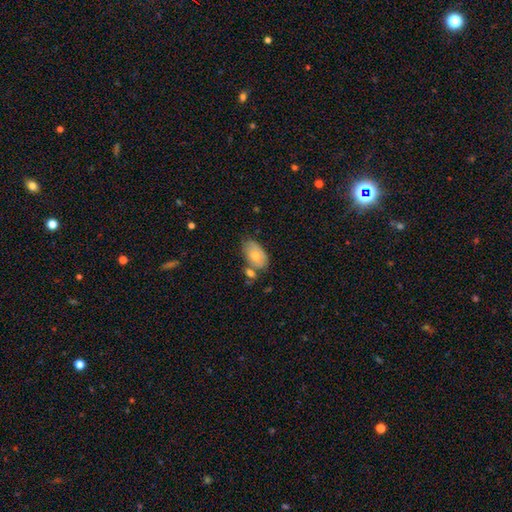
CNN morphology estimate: This appears to be a smooth galaxy with no disk features (71%) that is in between round and cigar-shaped (92%). Merging: none (51%).